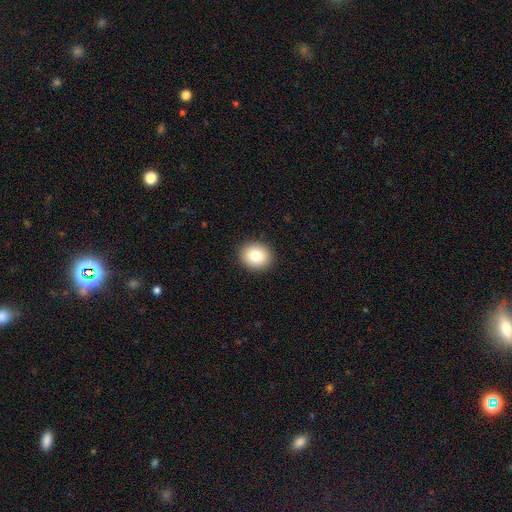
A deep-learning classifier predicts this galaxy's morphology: A smooth galaxy with no disk features (83%) that is round (72%).

Vote fractions:
- Smooth or featured? smooth: 83% / star or artifact: 9% / featured or disk: 8%
- How rounded? round: 72% / in between: 28% / cigar-shaped: 1%
- Merging? none: 92% / minor disturbance: 6% / major disturbance: 2% / merger: 1%